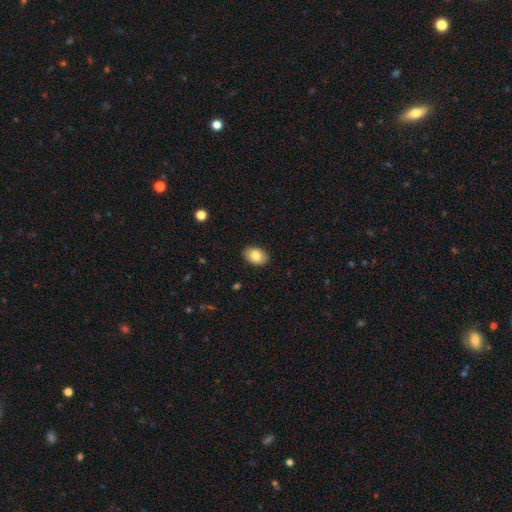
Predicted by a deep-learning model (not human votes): Overall: smooth (84%). How rounded: in between (88%). Merging: none (89%).